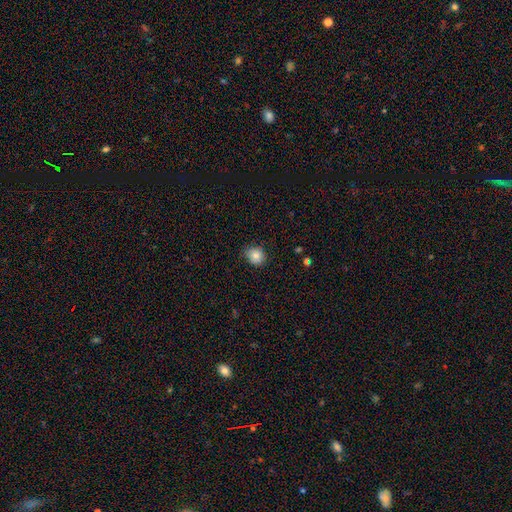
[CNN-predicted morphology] This is clearly a smooth galaxy (81%). How rounded: likely round (76%). Merging: likely none (75%).